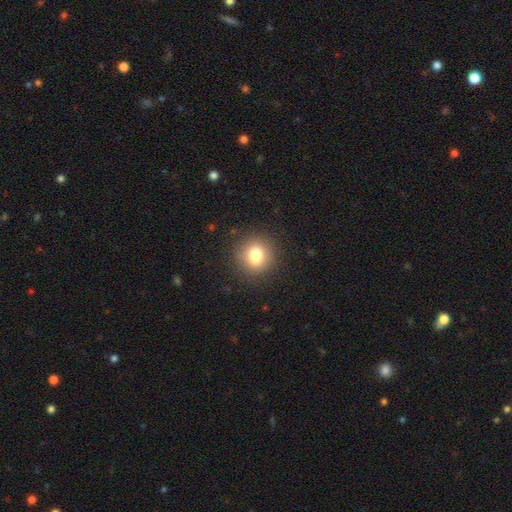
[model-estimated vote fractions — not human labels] The model was most divided on "smooth or featured": smooth: 80%, star or artifact: 11%, featured or disk: 9%. More confident: how rounded — round (90%); merging — none (89%).